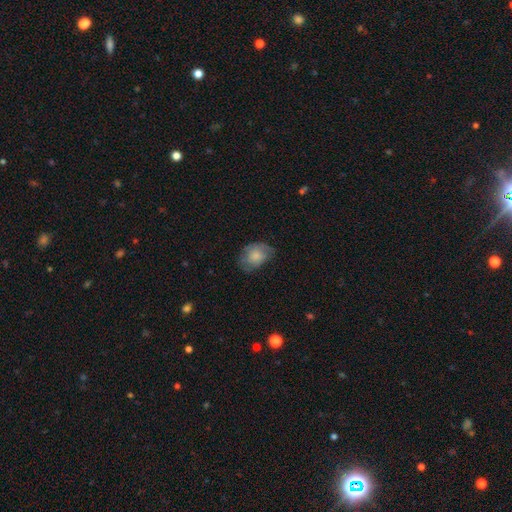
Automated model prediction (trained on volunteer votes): Smooth or featured?
  - smooth: 71% *
  - featured or disk: 22%
  - star or artifact: 8%
How rounded?
  - in between: 69% *
  - round: 30%
  - cigar-shaped: 1%
Merging?
  - none: 53% *
  - minor disturbance: 32%
  - major disturbance: 14%
  - merger: 1%